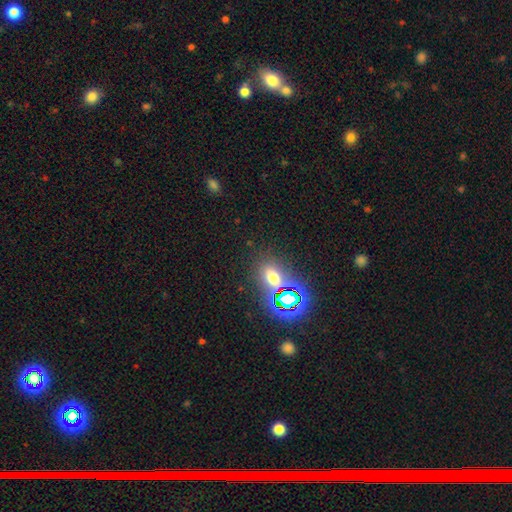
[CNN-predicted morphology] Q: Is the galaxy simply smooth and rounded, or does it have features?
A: smooth — 47%.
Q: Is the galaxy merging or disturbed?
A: none — 65%.